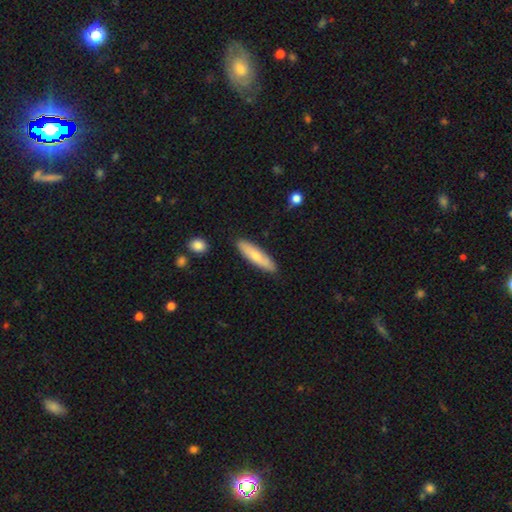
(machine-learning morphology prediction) This appears to be a smooth galaxy with no disk features (67%) that is cigar-shaped (72%). Merging: none (87%).